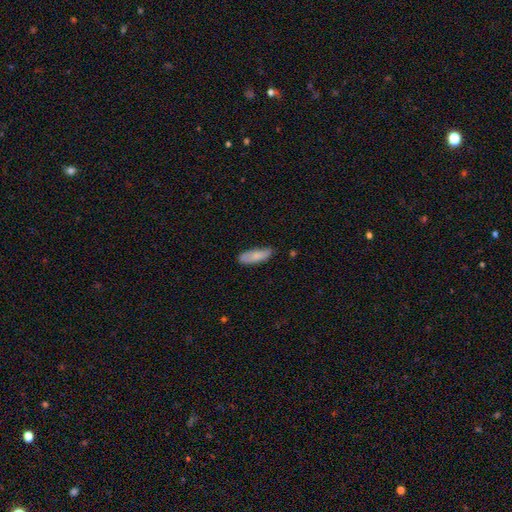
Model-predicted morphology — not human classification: Q: Smooth or featured?
A: smooth (80%); runner-up: featured or disk (14%)
Q: How rounded?
A: in between (61%); runner-up: cigar-shaped (37%)
Q: Merging?
A: none (72%); runner-up: minor disturbance (23%)